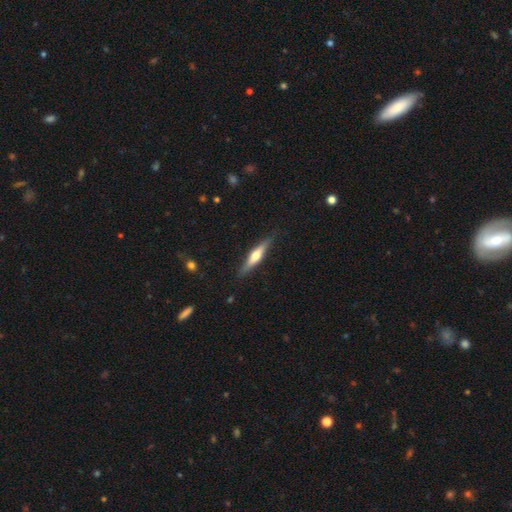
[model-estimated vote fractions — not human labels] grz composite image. It shows a featured or disk galaxy (55%) viewed edge-on (95%) with a rounded central bulge (87%). Merging: none (86%).